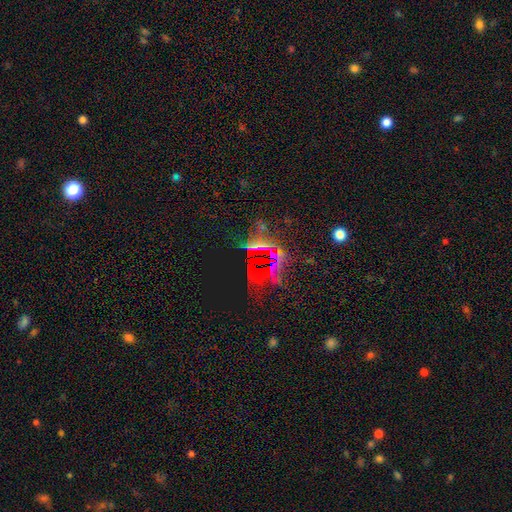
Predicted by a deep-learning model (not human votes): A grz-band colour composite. It shows a star or artifact, not a galaxy (75%).